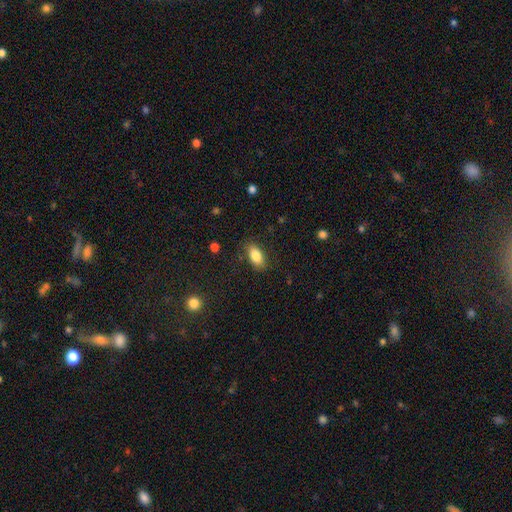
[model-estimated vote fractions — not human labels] Smooth or featured?
  - smooth: 85% *
  - featured or disk: 8%
  - star or artifact: 7%
How rounded?
  - in between: 90% *
  - cigar-shaped: 6%
  - round: 4%
Merging?
  - none: 84% *
  - minor disturbance: 11%
  - major disturbance: 3%
  - merger: 1%